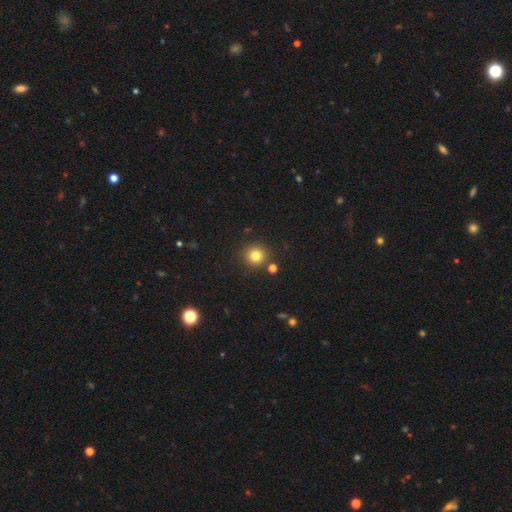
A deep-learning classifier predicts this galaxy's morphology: smooth_or_featured: smooth (p=0.79) [alt: star or artifact p=0.14]
how_rounded: round (p=0.93) [alt: in between p=0.06]
merging: none (p=0.86) [alt: minor disturbance p=0.06]